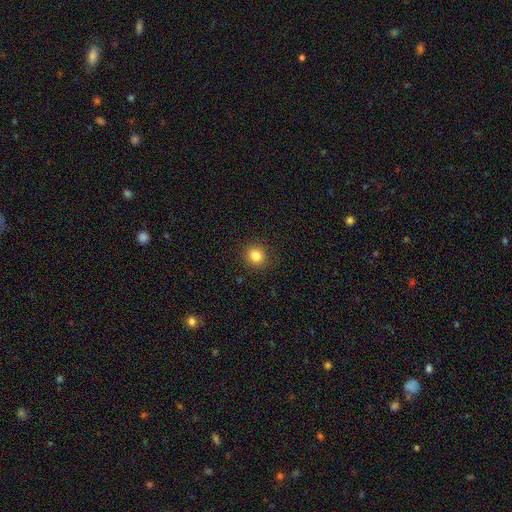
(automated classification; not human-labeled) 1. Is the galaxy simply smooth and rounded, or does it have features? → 83% smooth, 11% star or artifact, 5% featured or disk.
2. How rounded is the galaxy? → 89% round, 10% in between, 1% cigar-shaped.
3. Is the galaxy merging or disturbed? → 91% none, 6% minor disturbance, 2% major disturbance, 1% merger.